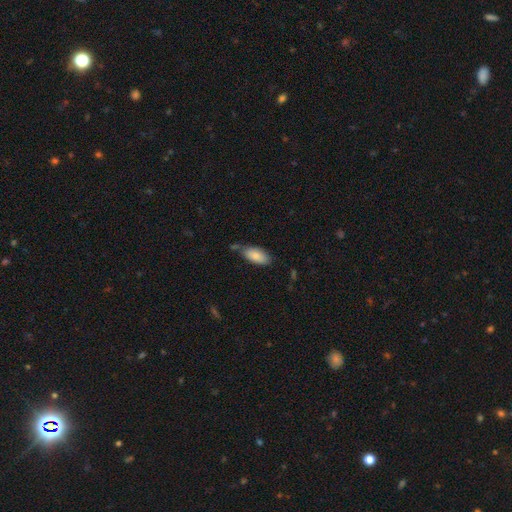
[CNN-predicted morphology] Q: Smooth or featured?
A: smooth (84%); runner-up: featured or disk (9%)
Q: How rounded?
A: in between (90%); runner-up: cigar-shaped (8%)
Q: Merging?
A: none (59%); runner-up: minor disturbance (26%)